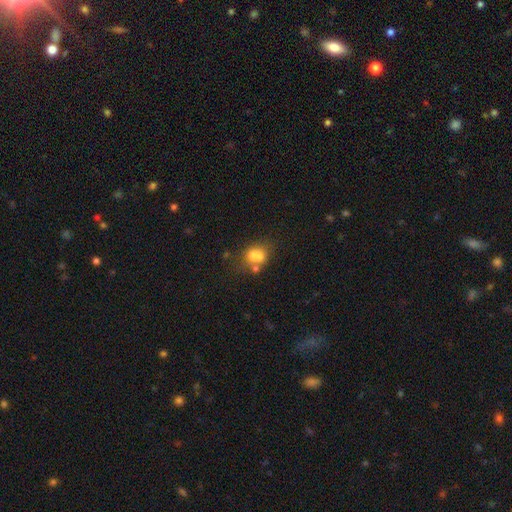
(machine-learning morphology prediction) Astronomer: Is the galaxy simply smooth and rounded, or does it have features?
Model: smooth — 66%.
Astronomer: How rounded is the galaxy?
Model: round — 54% (runner-up: in between, 44%).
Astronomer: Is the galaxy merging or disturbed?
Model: merger — 45% (runner-up: none, 36%).